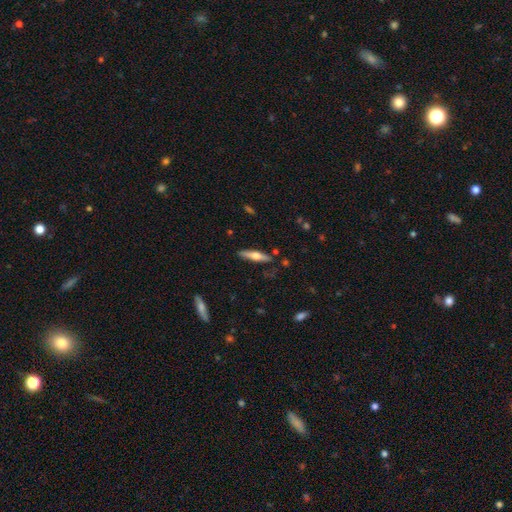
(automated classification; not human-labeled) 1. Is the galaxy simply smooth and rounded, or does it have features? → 53% featured or disk, 41% smooth, 6% star or artifact.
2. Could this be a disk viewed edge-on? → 94% yes, 6% no.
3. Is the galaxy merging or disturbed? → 84% none, 11% minor disturbance, 3% merger, 2% major disturbance.